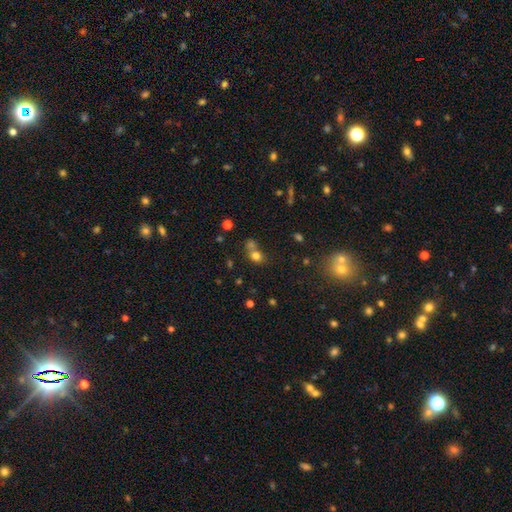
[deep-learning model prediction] Smooth or featured: smooth — 72% (star or artifact — 18%)
How rounded: round — 65% (in between — 33%)
Merging: merger — 45% (none — 38%)